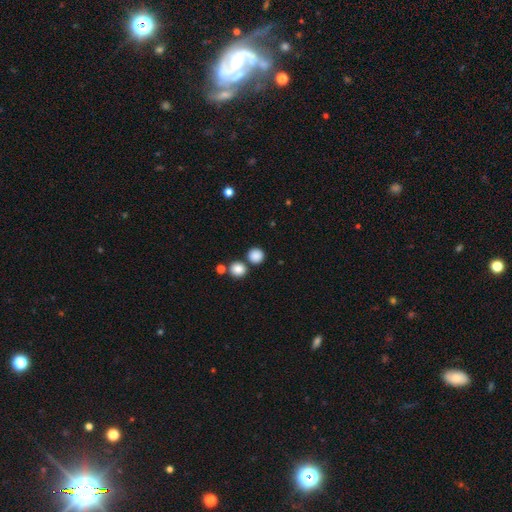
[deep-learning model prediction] Q: Smooth or featured?
A: smooth (86%); runner-up: star or artifact (10%)
Q: How rounded?
A: round (90%); runner-up: in between (9%)
Q: Merging?
A: none (75%); runner-up: merger (14%)